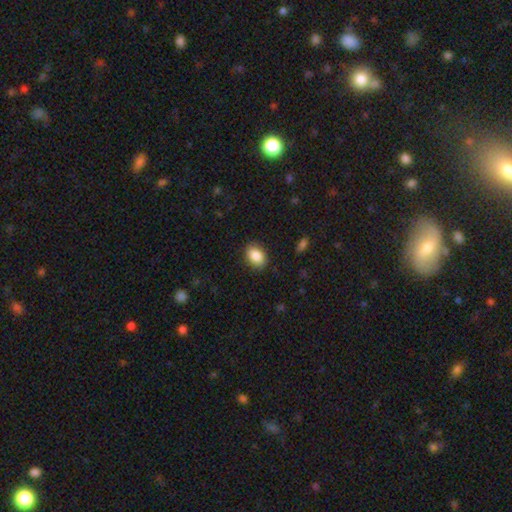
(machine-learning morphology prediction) This is clearly a smooth galaxy (87%). How rounded: clearly in between (81%). Merging: clearly none (86%).